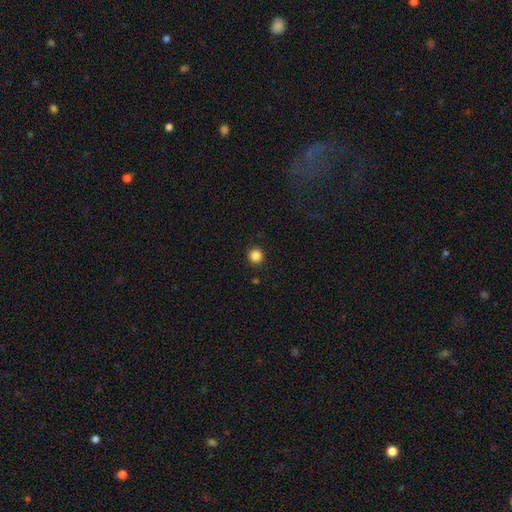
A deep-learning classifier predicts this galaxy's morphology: A smooth galaxy with no disk features (85%) that is round (94%). Merging: none (93%).